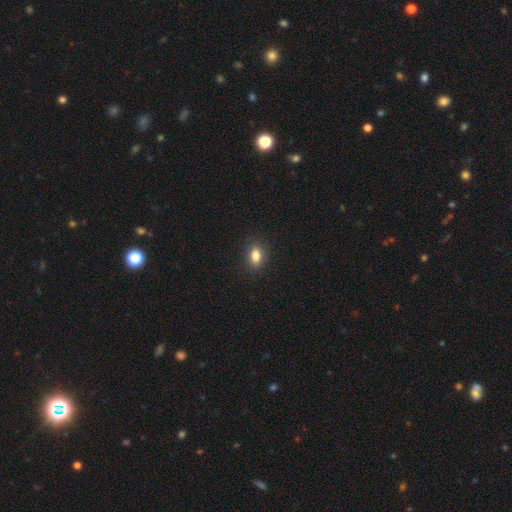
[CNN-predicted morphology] type=smooth (84%); roundness=in between (83%); merging=none (88%).